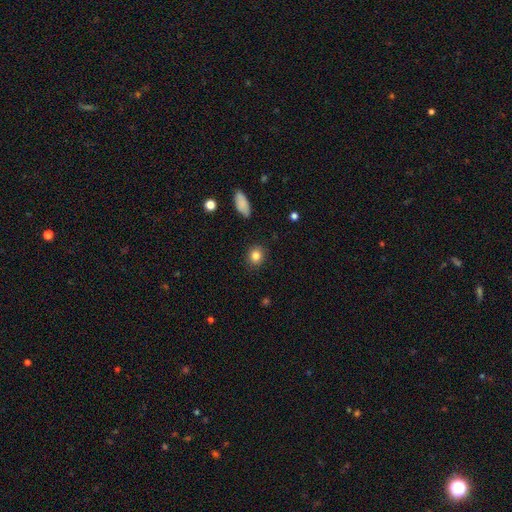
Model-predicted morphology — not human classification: Overall: smooth (84%). How rounded: round (74%). Merging: none (88%).